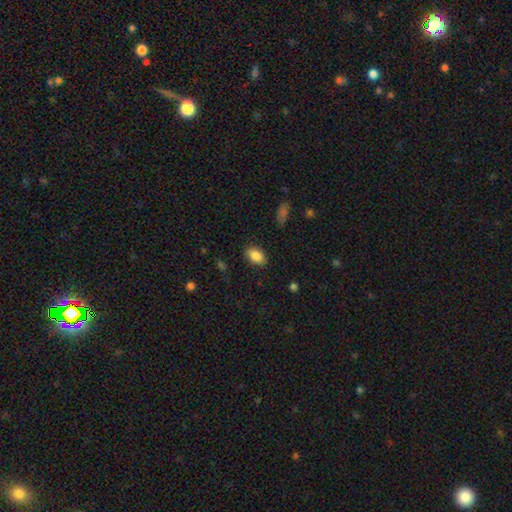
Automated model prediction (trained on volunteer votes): smooth-or-featured: smooth: 87% | star or artifact: 8% | featured or disk: 6%
  how-rounded: in between: 89% | round: 9% | cigar-shaped: 2%
  merging: none: 86% | minor disturbance: 10% | major disturbance: 3% | merger: 1%